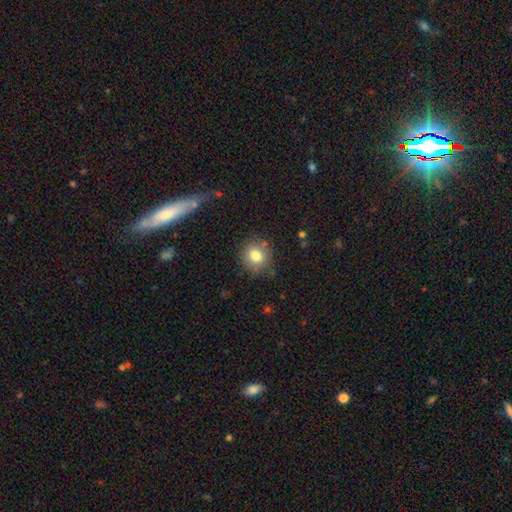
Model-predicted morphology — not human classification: This is likely a smooth galaxy (79%). How rounded: clearly round (84%). Merging: clearly none (81%).